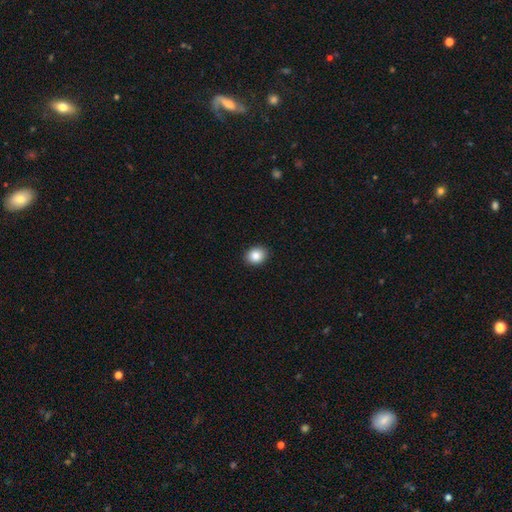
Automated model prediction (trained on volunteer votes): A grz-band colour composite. It shows a smooth galaxy with no disk features (87%) that is round (52%). Merging: none (91%).